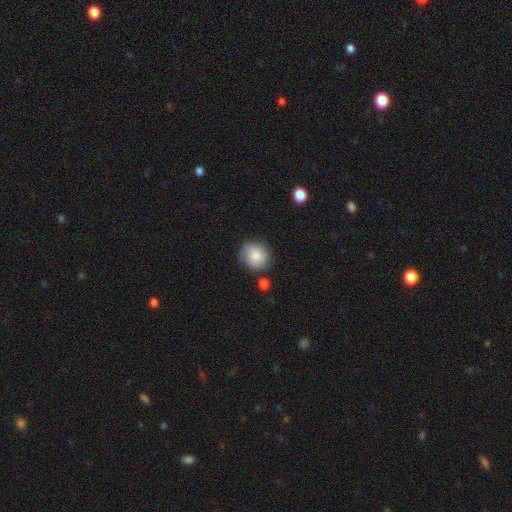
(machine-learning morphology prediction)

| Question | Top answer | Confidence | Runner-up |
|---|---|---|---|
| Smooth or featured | smooth | 78% | featured or disk (14%) |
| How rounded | round | 84% | in between (15%) |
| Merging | none | 66% | minor disturbance (24%) |